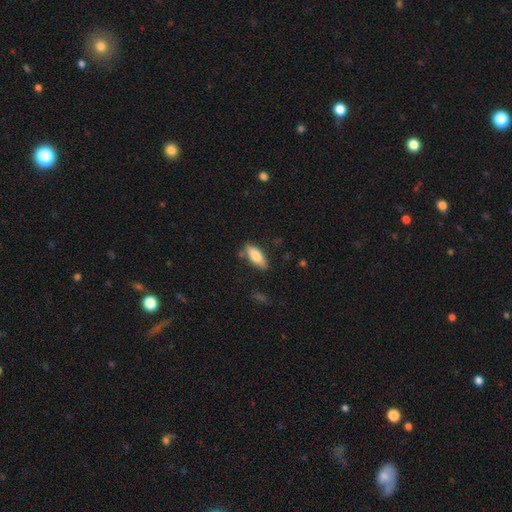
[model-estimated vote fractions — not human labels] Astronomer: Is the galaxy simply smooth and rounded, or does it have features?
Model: smooth — 80%.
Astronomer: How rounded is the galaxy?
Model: in between — 72%.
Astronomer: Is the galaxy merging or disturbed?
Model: none — 80%.